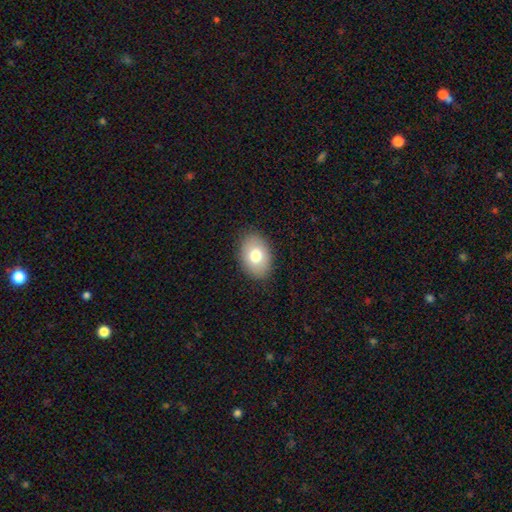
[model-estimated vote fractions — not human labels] smooth 74%, featured or disk 17%, star or artifact 8%. Down the decision tree: how rounded — in between (83%); merging — none (87%).